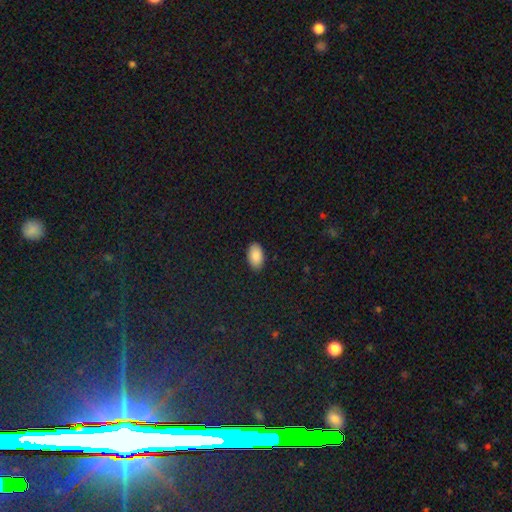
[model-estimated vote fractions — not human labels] A smooth galaxy with no disk features (89%) that is in between round and cigar-shaped (95%). Merging: none (88%).